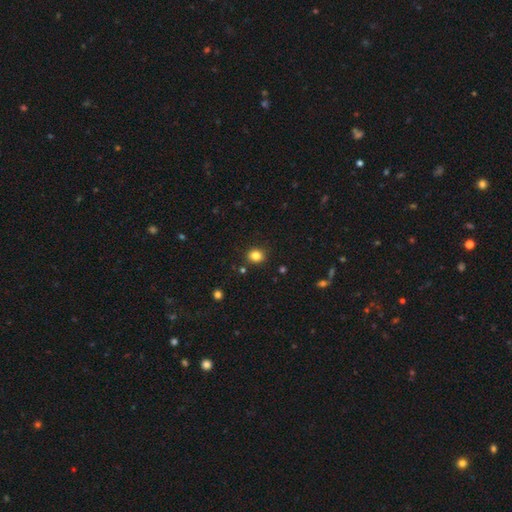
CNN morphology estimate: The model was most divided on "how rounded": round: 70%, in between: 29%, cigar-shaped: 1%. More confident: merging — none (89%); smooth or featured — smooth (83%).